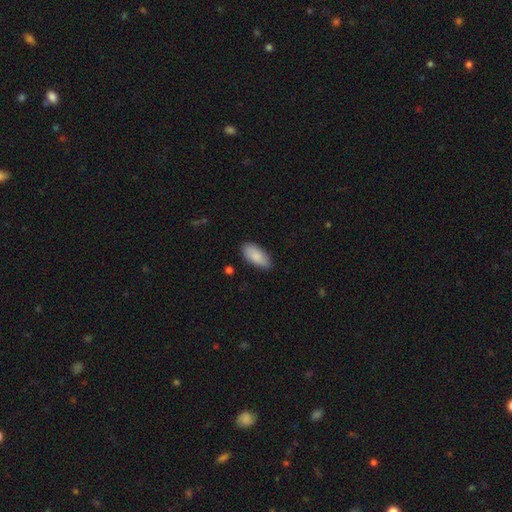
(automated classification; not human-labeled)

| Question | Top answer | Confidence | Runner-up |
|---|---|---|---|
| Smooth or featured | smooth | 88% | featured or disk (6%) |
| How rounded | in between | 90% | cigar-shaped (8%) |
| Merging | none | 83% | minor disturbance (13%) |